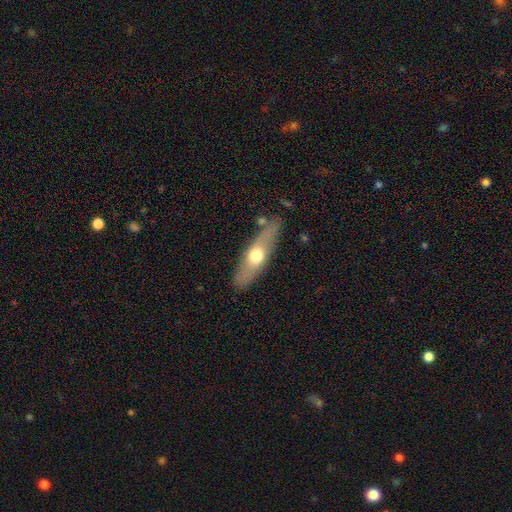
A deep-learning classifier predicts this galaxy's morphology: This is possibly a smooth galaxy (50%). Merging: clearly none (81%).